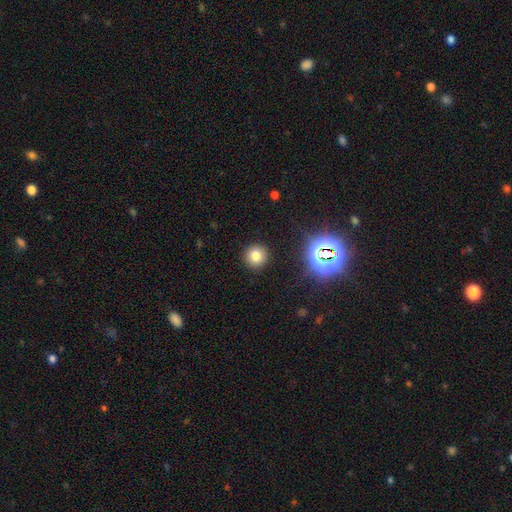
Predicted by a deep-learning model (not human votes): This appears to be a smooth galaxy with no disk features (76%) that is round (93%). Merging: none (91%).